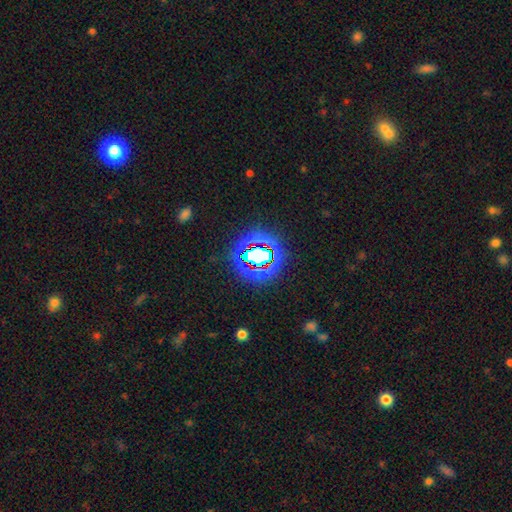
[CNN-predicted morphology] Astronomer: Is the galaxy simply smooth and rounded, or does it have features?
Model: star or artifact — 72%.